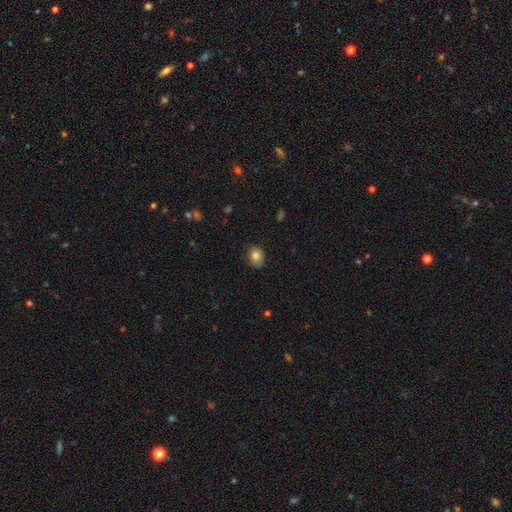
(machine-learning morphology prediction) The model was most divided on "how rounded": in between: 59%, round: 40%, cigar-shaped: 1%. More confident: smooth or featured — smooth (83%); merging — none (78%).